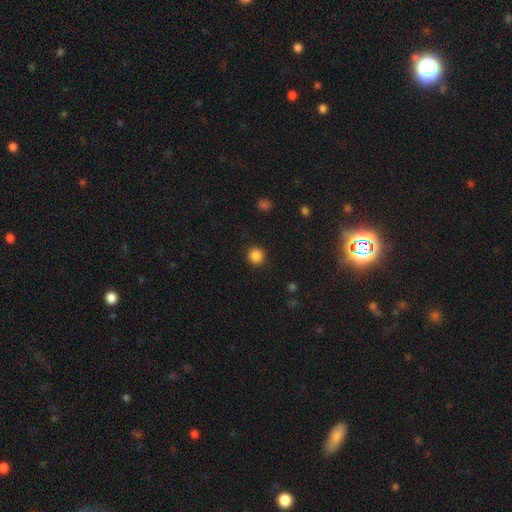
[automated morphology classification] Smooth or featured? Predicted: smooth (p=0.86). How rounded? Predicted: round (p=0.94). Merging? Predicted: none (p=0.91).